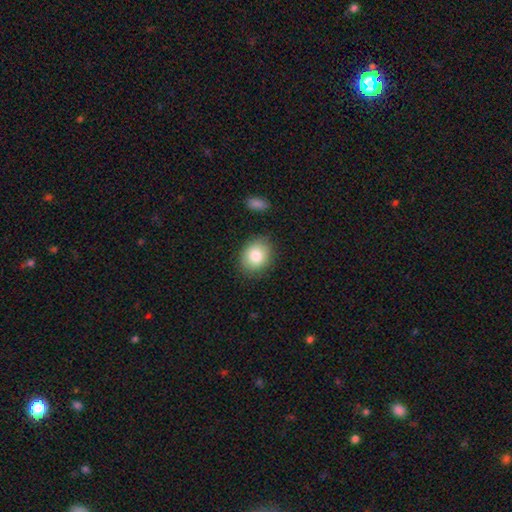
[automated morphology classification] This is clearly a smooth galaxy (83%). How rounded: possibly round (52%). Merging: clearly none (84%).